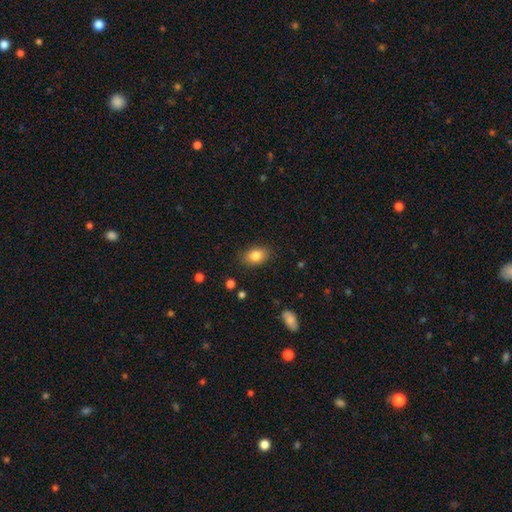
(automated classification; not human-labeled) Q: Smooth or featured?
A: smooth (83%); runner-up: star or artifact (9%)
Q: How rounded?
A: in between (80%); runner-up: round (19%)
Q: Merging?
A: none (85%); runner-up: minor disturbance (11%)